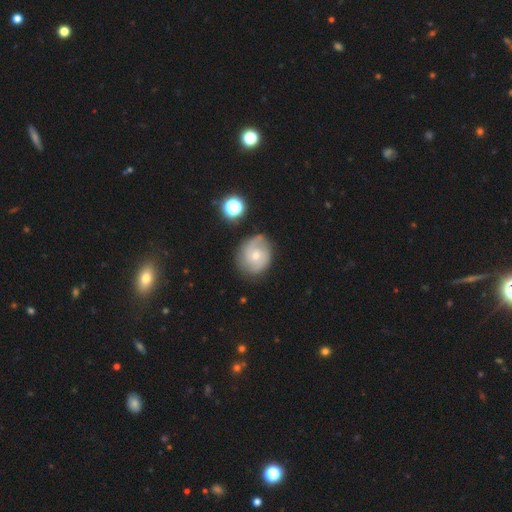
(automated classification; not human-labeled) Smooth or featured?
  - featured or disk: 63% *
  - smooth: 28%
  - star or artifact: 9%
Edge-on disk?
  - no: 97% *
  - yes: 3%
Bar?
  - no: 72% *
  - weak: 25%
  - strong: 3%
Spiral arms?
  - yes: 89% *
  - no: 11%
Spiral winding?
  - tight: 43% *
  - medium: 40%
  - loose: 17%
Spiral arm count?
  - 2: 53% *
  - can't tell: 23%
  - 3: 11%
  - 1: 8%
  - 4: 3%
  - more than 4: 2%
Bulge size?
  - small: 53% *
  - moderate: 43%
  - large: 2%
  - none: 2%
  - dominant: 1%
Merging?
  - none: 69% *
  - minor disturbance: 21%
  - major disturbance: 7%
  - merger: 3%